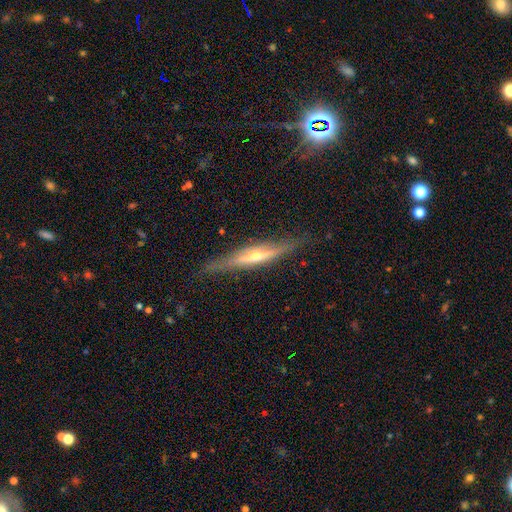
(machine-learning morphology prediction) featured or disk 75%, smooth 19%, star or artifact 6%. Down the decision tree: edge-on disk — yes (95%); edge-on bulge — rounded (79%); merging — none (83%).